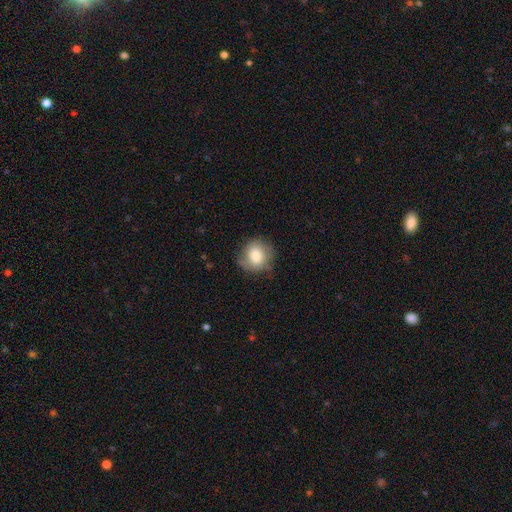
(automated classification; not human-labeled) Overall: smooth (73%). How rounded: round (83%). Merging: none (69%).